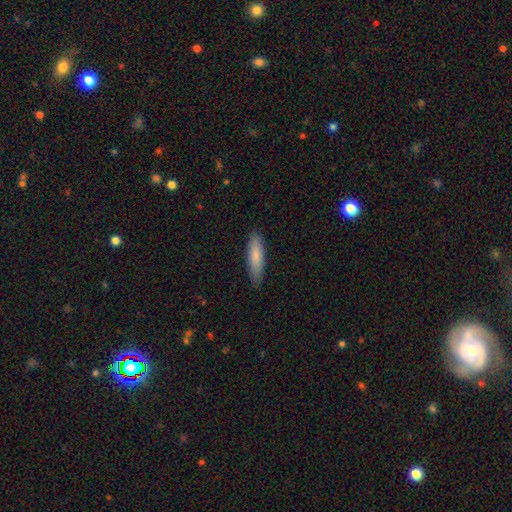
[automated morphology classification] smooth 81%, featured or disk 13%, star or artifact 6%. Down the decision tree: how rounded — cigar-shaped (71%); merging — none (84%).